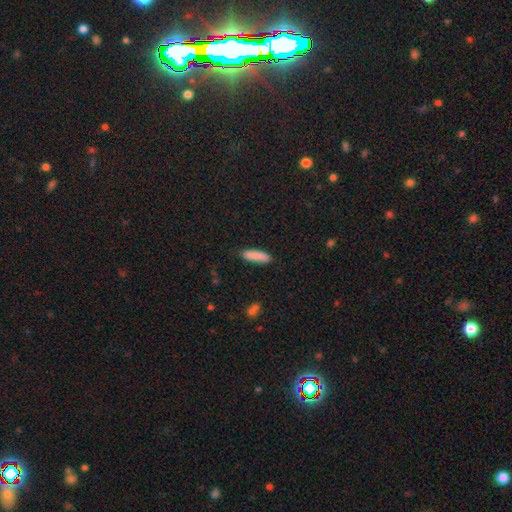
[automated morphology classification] Overall: smooth (88%). How rounded: cigar-shaped (67%; in between 32%). Merging: none (85%).